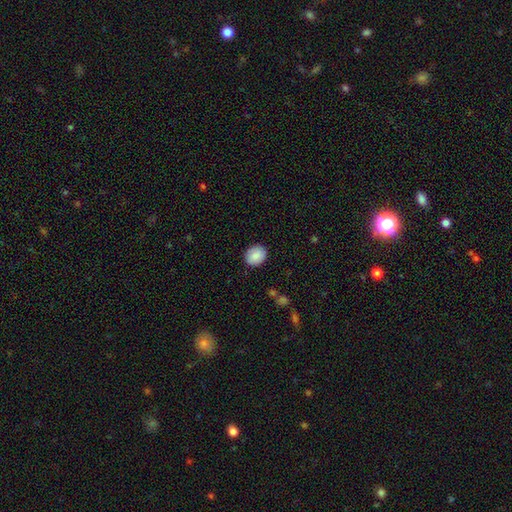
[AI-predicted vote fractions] Overall: smooth (88%). How rounded: round (63%; in between 36%). Merging: none (89%).